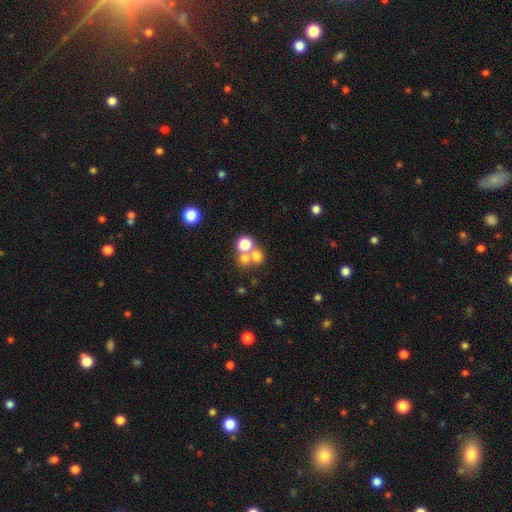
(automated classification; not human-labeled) Smooth or featured? Predicted: smooth (p=0.67). How rounded? Predicted: round (p=0.83). Merging? Predicted: merger (p=0.46).